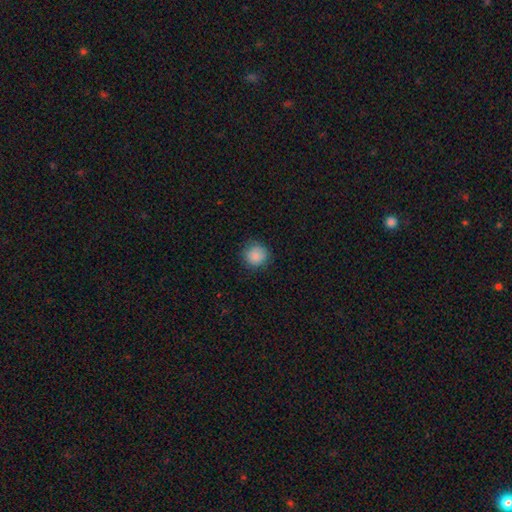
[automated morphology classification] Smooth or featured? smooth (86%)
How rounded? round (92%)
Merging? none (83%)